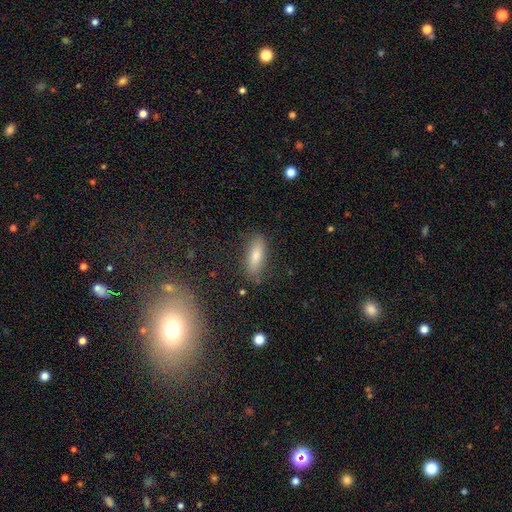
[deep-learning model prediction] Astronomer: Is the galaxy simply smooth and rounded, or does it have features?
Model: smooth — 72%.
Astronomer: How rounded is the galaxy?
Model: in between — 58% (runner-up: cigar-shaped, 39%).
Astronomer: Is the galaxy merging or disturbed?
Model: none — 83%.